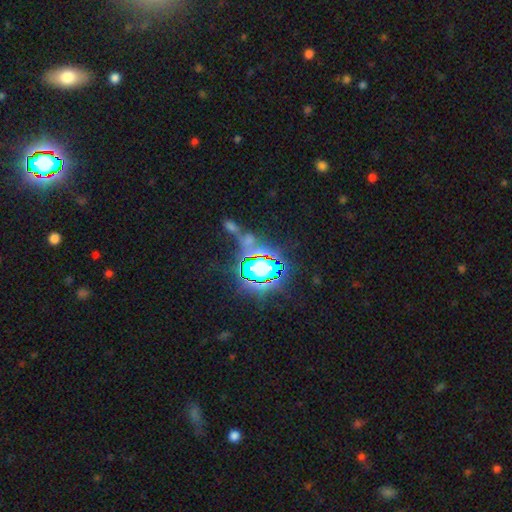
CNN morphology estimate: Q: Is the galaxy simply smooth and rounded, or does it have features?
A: star or artifact — 84%.